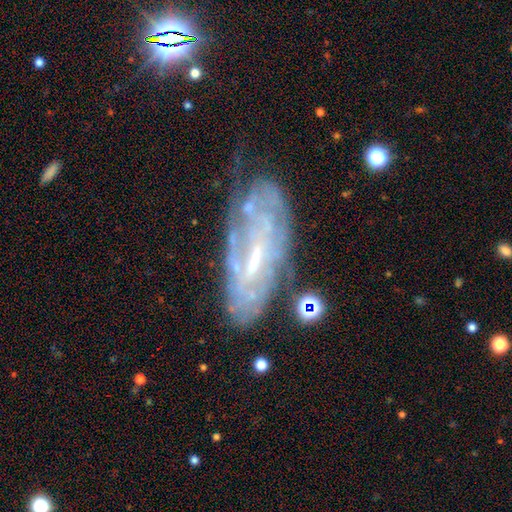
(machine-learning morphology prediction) smooth-or-featured: featured or disk: 76% | smooth: 13% | star or artifact: 10%
  disk-edge-on: no: 87% | yes: 13%
    bar: weak: 43% | no: 29% | strong: 28%
    has-spiral-arms: yes: 79% | no: 21%
      spiral-winding: tight: 63% | medium: 27% | loose: 10%
      spiral-arm-count: can't tell: 59% | 2: 16% | 3: 9% | 4: 7% | more than 4: 5% | 1: 5%
    bulge-size: small: 64% | moderate: 21% | none: 12% | large: 2% | dominant: 1%
  merging: none: 64% | minor disturbance: 22% | major disturbance: 11% | merger: 4%